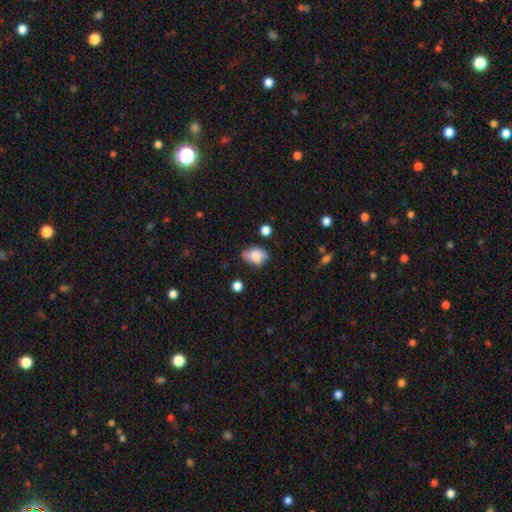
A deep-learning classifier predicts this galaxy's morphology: smooth_or_featured: smooth (p=0.78) [alt: featured or disk p=0.12]
how_rounded: in between (p=0.76) [alt: round p=0.23]
merging: none (p=0.49) [alt: minor disturbance p=0.34]